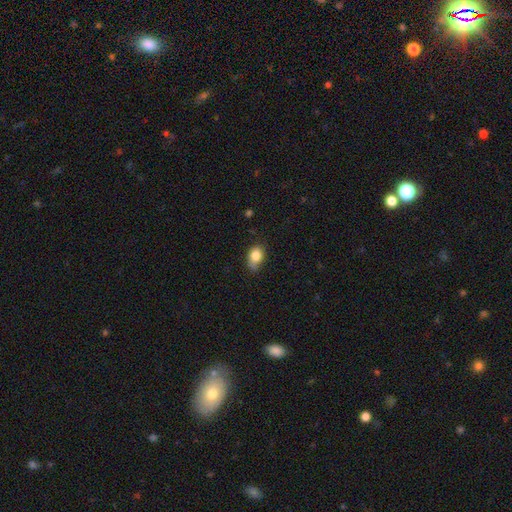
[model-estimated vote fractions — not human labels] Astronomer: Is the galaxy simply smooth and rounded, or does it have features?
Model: smooth — 82%.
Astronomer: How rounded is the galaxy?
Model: in between — 72%.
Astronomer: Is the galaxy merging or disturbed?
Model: none — 53% (runner-up: minor disturbance, 35%).